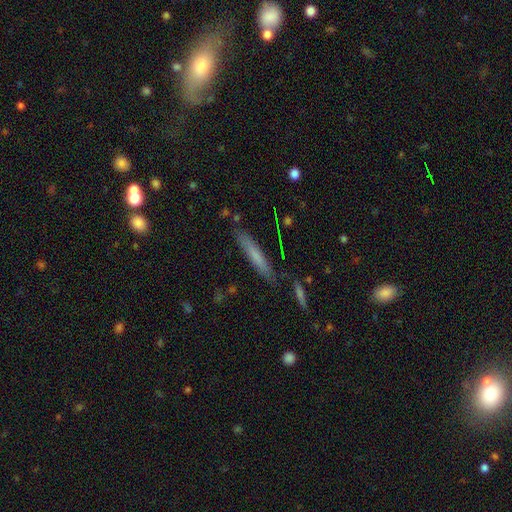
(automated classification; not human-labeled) This appears to be a smooth galaxy with no disk features (66%) that is cigar-shaped (91%). Merging: none (80%).